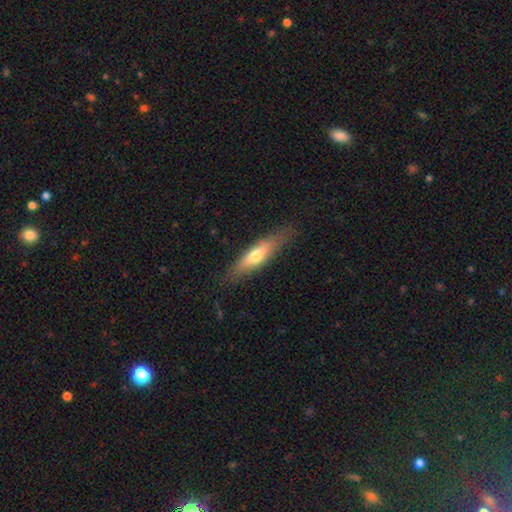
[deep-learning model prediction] smooth 55%, featured or disk 38%, star or artifact 6%. Down the decision tree: how rounded — cigar-shaped (69%); merging — none (80%).